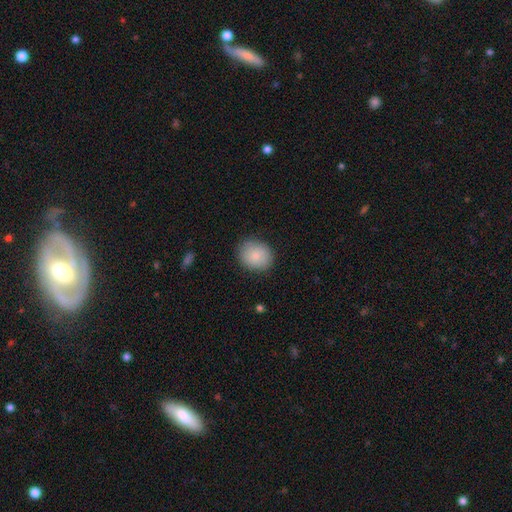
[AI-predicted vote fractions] smooth_or_featured: smooth (p=0.86) [alt: featured or disk p=0.07]
how_rounded: round (p=0.65) [alt: in between p=0.34]
merging: none (p=0.84) [alt: minor disturbance p=0.12]